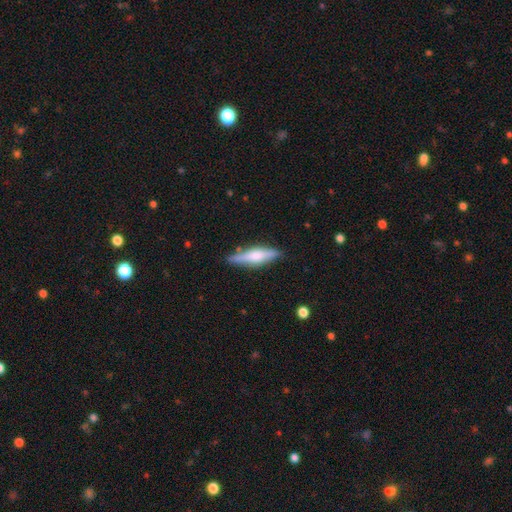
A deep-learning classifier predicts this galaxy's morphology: Overall: featured or disk (48%; smooth 46%). Merging: none (82%).